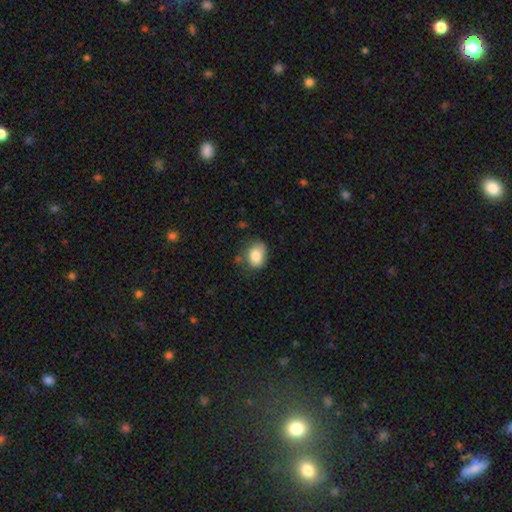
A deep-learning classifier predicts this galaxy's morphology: Q: Smooth or featured?
A: smooth (83%); runner-up: star or artifact (9%)
Q: How rounded?
A: in between (62%); runner-up: round (37%)
Q: Merging?
A: none (60%); runner-up: minor disturbance (28%)